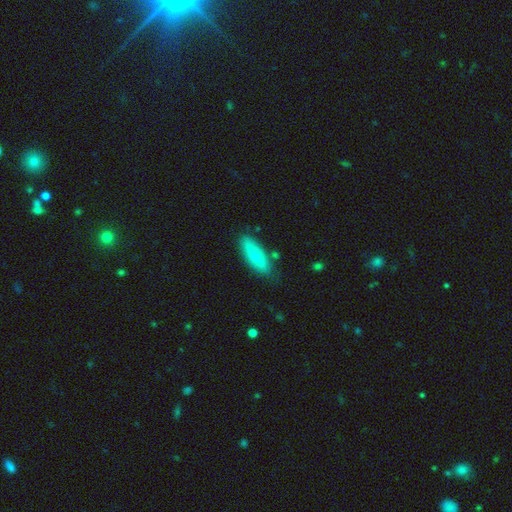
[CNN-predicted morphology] Overall: smooth (72%). How rounded: in between (64%; cigar-shaped 34%). Merging: none (76%).